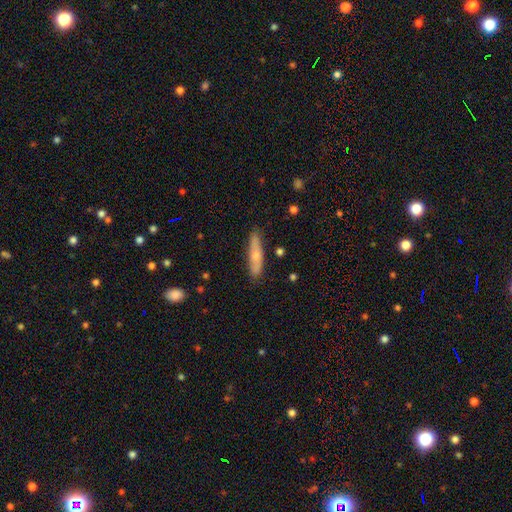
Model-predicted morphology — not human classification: Smooth or featured? Predicted: smooth (p=0.56). How rounded? Predicted: cigar-shaped (p=0.78). Merging? Predicted: none (p=0.83).